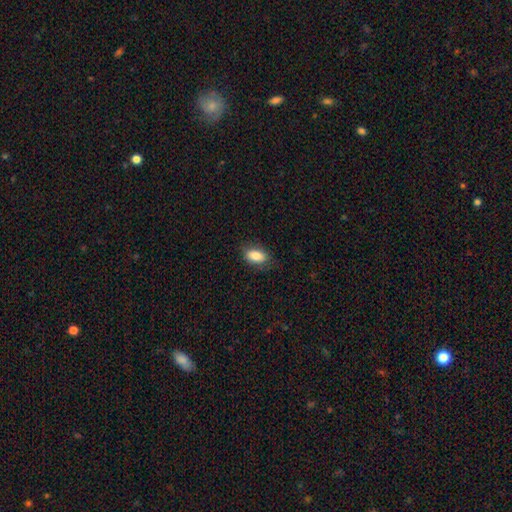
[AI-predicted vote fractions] Q: Smooth or featured?
A: smooth (83%); runner-up: featured or disk (9%)
Q: How rounded?
A: in between (89%); runner-up: round (7%)
Q: Merging?
A: none (82%); runner-up: minor disturbance (13%)